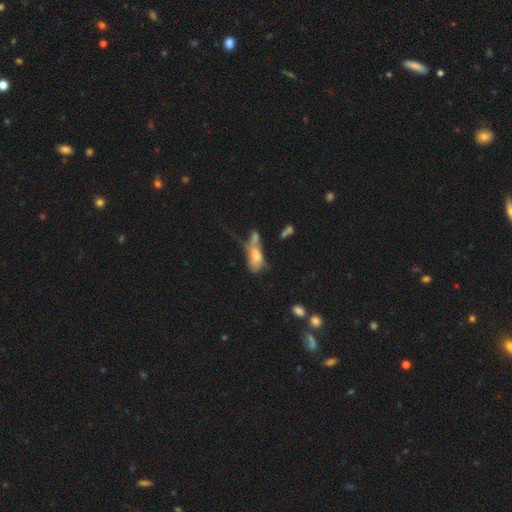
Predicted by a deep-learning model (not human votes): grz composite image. It shows a smooth galaxy with no disk features (60%) that is in between round and cigar-shaped (84%). Merging: merger (35%).